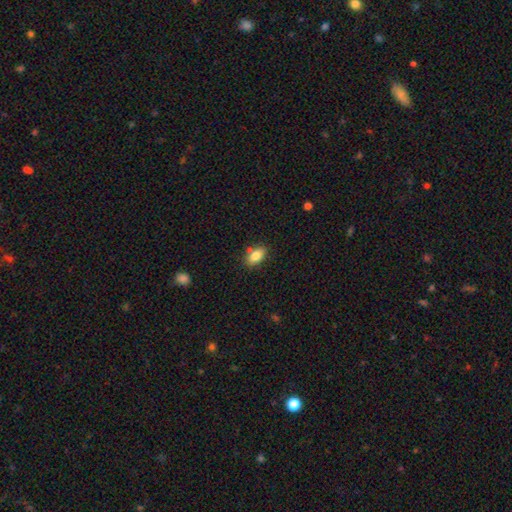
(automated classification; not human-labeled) A smooth galaxy with no disk features (83%) that is in between round and cigar-shaped (90%).

Vote fractions:
- Smooth or featured? smooth: 83% / featured or disk: 9% / star or artifact: 8%
- How rounded? in between: 90% / round: 6% / cigar-shaped: 4%
- Merging? none: 79% / minor disturbance: 13% / merger: 6% / major disturbance: 3%